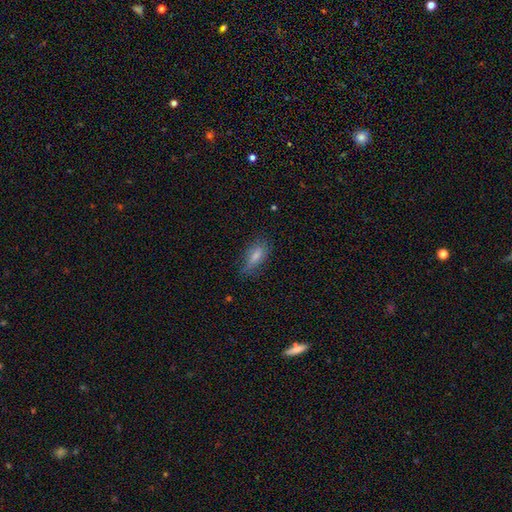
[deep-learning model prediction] Smooth or featured? smooth (64%)
How rounded? in between (58%)
Merging? none (73%)